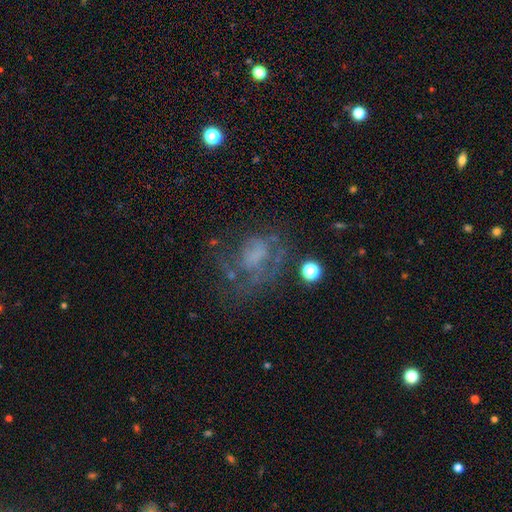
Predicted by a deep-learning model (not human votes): Morphology: type=featured or disk (52%); edge-on=no (97%); bar=no (78%); spiral arms=no (60%); bulge=none (62%); merging=none (38%).